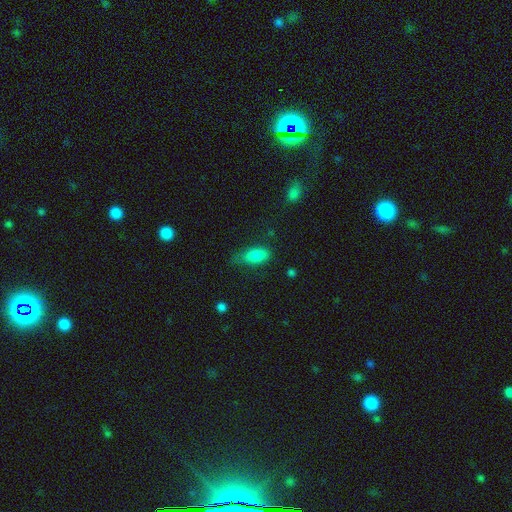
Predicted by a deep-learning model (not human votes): A smooth galaxy with no disk features (83%) that is in between round and cigar-shaped (84%).

Vote fractions:
- Smooth or featured? smooth: 83% / featured or disk: 9% / star or artifact: 8%
- How rounded? in between: 84% / cigar-shaped: 13% / round: 3%
- Merging? none: 61% / minor disturbance: 27% / major disturbance: 10% / merger: 2%